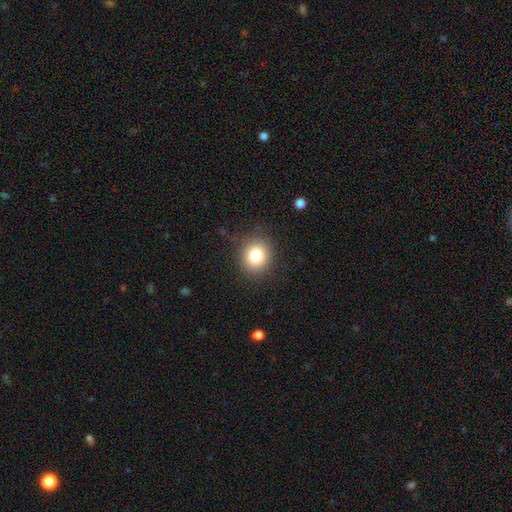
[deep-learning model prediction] Smooth or featured? smooth (82%)
How rounded? round (80%)
Merging? none (86%)